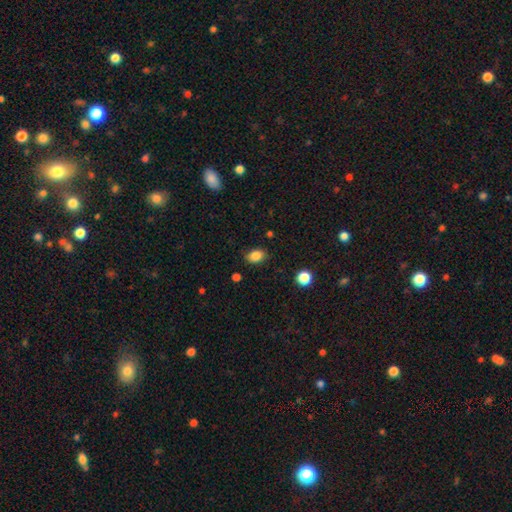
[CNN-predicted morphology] type=smooth (86%); roundness=in between (71%); merging=none (82%).